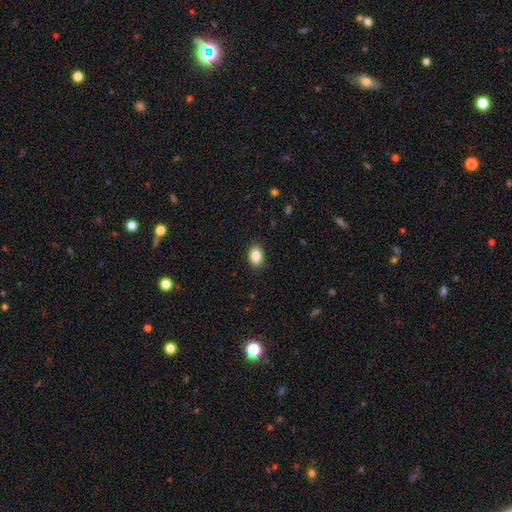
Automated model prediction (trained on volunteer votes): Smooth or featured? Predicted: smooth (p=0.87). How rounded? Predicted: in between (p=0.81). Merging? Predicted: none (p=0.89).